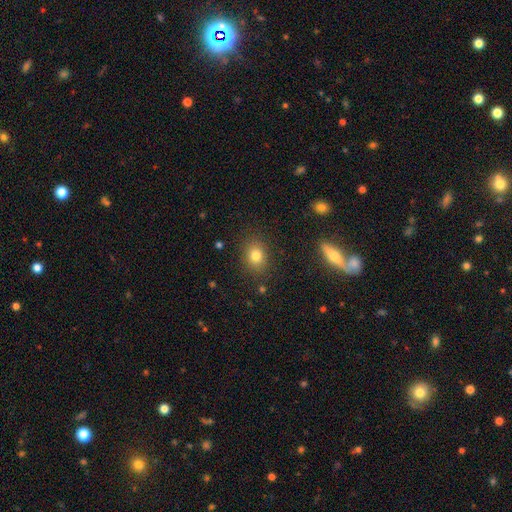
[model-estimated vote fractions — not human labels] A smooth galaxy with no disk features (79%) that is in between round and cigar-shaped (50%).

Vote fractions:
- Smooth or featured? smooth: 79% / star or artifact: 13% / featured or disk: 8%
- How rounded? in between: 50% / round: 49% / cigar-shaped: 1%
- Merging? none: 85% / minor disturbance: 10% / major disturbance: 3% / merger: 2%